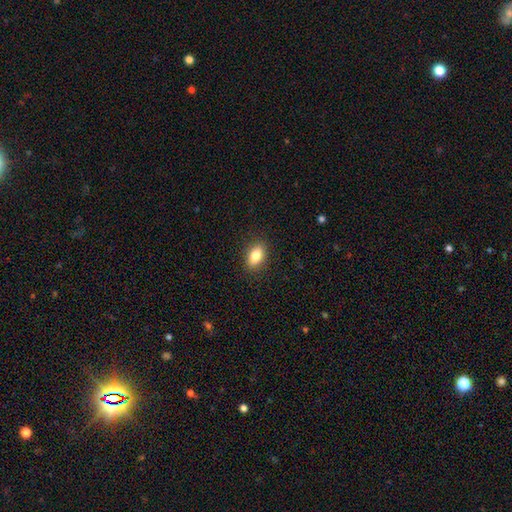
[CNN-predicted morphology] smooth_or_featured: smooth (p=0.83) [alt: featured or disk p=0.09]
how_rounded: in between (p=0.86) [alt: round p=0.10]
merging: none (p=0.89) [alt: minor disturbance p=0.08]